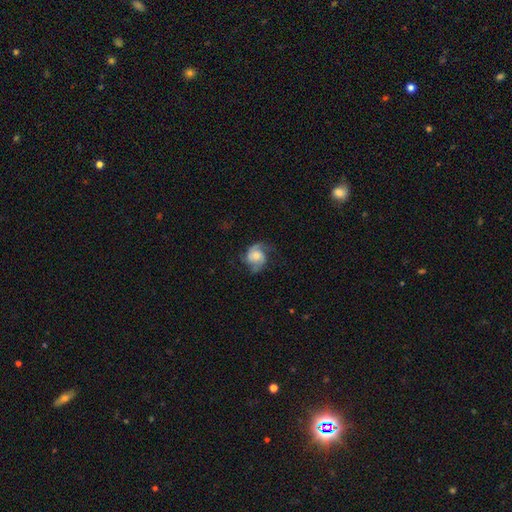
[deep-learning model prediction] Q: Smooth or featured?
A: featured or disk (71%); runner-up: smooth (22%)
Q: Edge-on disk?
A: no (98%); runner-up: yes (2%)
Q: Bar?
A: no (65%); runner-up: weak (29%)
Q: Spiral arms?
A: yes (94%); runner-up: no (6%)
Q: Spiral winding?
A: medium (49%); runner-up: loose (26%)
Q: Spiral arm count?
A: 2 (72%); runner-up: 3 (10%)
Q: Bulge size?
A: moderate (44%); runner-up: small (29%)
Q: Merging?
A: none (63%); runner-up: minor disturbance (21%)